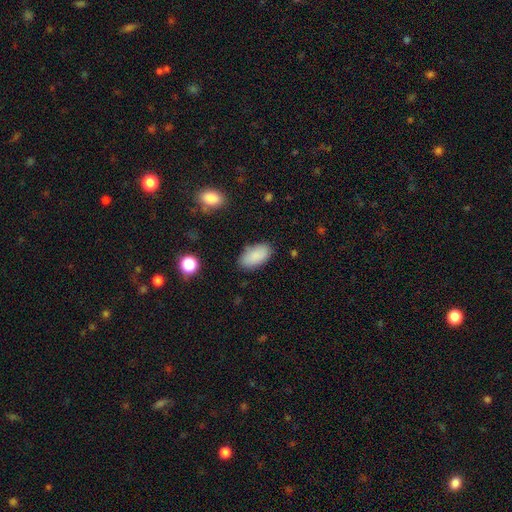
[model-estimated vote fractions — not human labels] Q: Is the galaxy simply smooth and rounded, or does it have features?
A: smooth — 88%.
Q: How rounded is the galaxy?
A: in between — 94%.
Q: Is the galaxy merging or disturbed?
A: none — 82%.